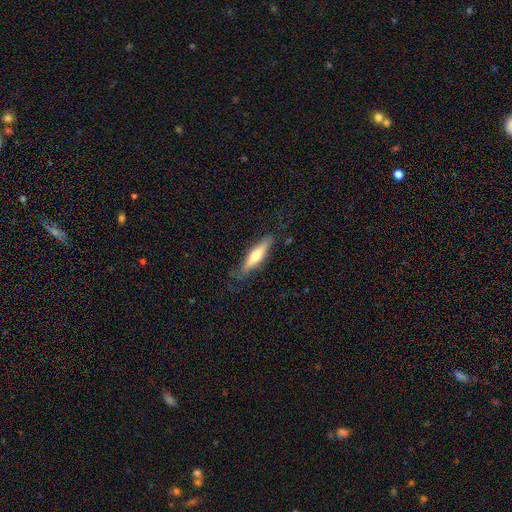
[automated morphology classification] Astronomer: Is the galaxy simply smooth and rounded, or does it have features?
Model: smooth — 52% (runner-up: featured or disk, 42%).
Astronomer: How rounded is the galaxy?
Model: cigar-shaped — 76%.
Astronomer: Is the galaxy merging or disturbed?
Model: none — 76%.